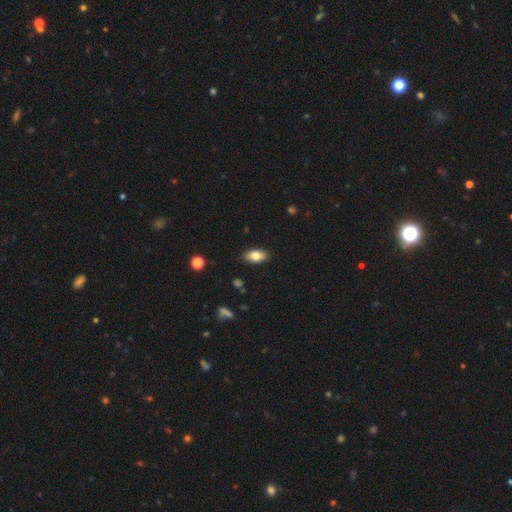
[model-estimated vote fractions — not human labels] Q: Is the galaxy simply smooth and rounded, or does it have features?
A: smooth — 80%.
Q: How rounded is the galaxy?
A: in between — 91%.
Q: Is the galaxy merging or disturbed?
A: none — 88%.